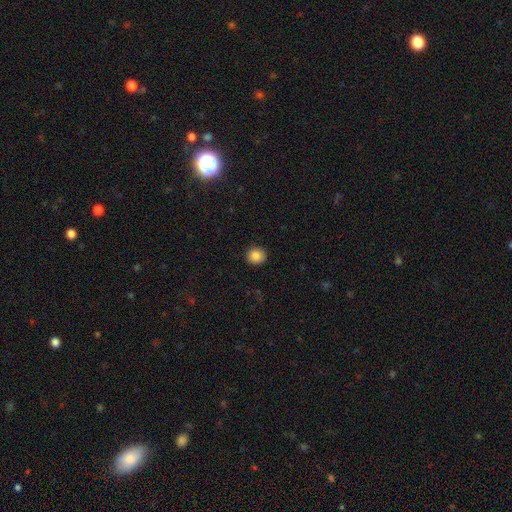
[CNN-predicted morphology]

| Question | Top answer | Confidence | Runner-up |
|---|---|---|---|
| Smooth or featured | smooth | 85% | star or artifact (9%) |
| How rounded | round | 90% | in between (9%) |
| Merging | none | 92% | minor disturbance (5%) |